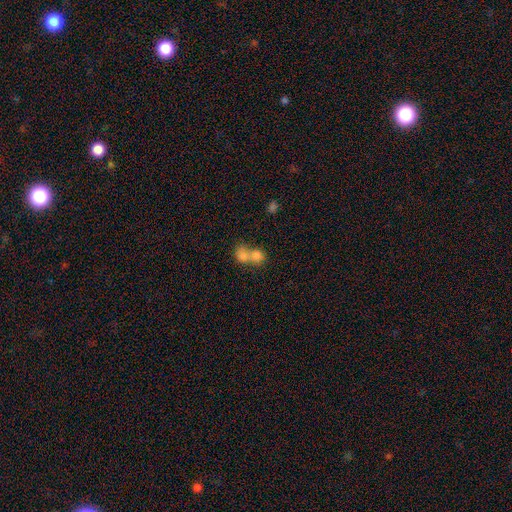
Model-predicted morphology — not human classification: Smooth or featured? Predicted: smooth (p=0.77). How rounded? Predicted: round (p=0.66). Merging? Predicted: merger (p=0.72).